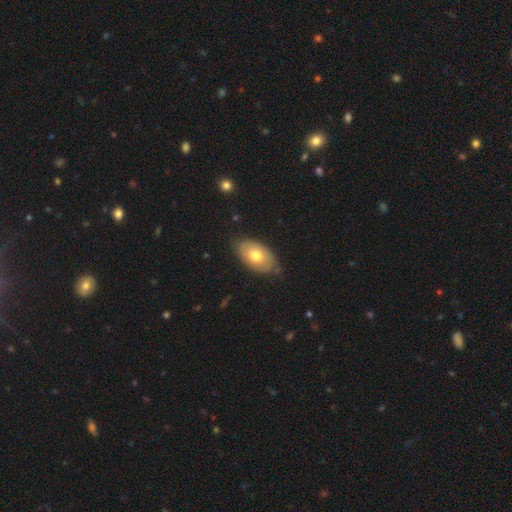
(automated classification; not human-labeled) Overall: smooth (64%; featured or disk 30%). How rounded: in between (93%). Merging: none (74%).